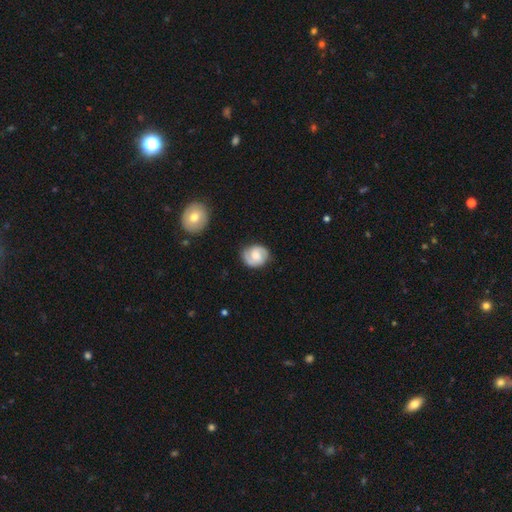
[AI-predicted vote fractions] A featured or disk galaxy (67%) with no bar (48%), 2 (88%) medium (46%) spiral arms (94%) and a moderate central bulge (54%).

Vote fractions:
- Smooth or featured? featured or disk: 67% / smooth: 27% / star or artifact: 6%
- Edge-on disk? no: 98% / yes: 2%
- Bar? no: 48% / weak: 43% / strong: 8%
- Spiral arms? yes: 94% / no: 6%
- Spiral winding? medium: 46% / tight: 39% / loose: 14%
- Spiral arm count? 2: 88% / can't tell: 6% / 1: 3% / 3: 2% / 4: 1% / more than 4: 1%
- Bulge size? moderate: 54% / small: 28% / large: 9% / none: 8% / dominant: 2%
- Merging? none: 82% / minor disturbance: 14% / major disturbance: 3% / merger: 2%